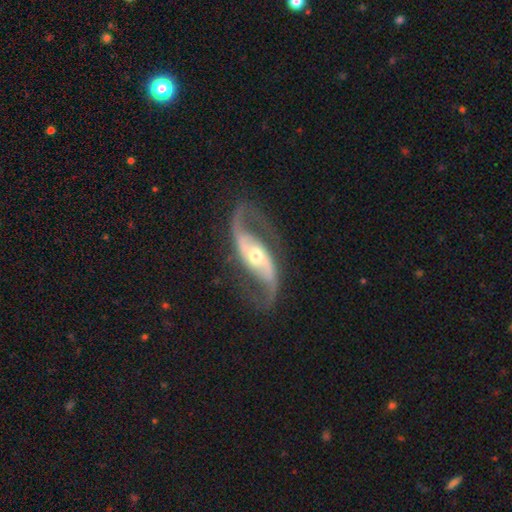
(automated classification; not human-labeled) Q: Smooth or featured?
A: featured or disk (92%); runner-up: smooth (4%)
Q: Edge-on disk?
A: no (96%); runner-up: yes (4%)
Q: Bar?
A: no (36%); runner-up: strong (32%)
Q: Spiral arms?
A: yes (97%); runner-up: no (3%)
Q: Spiral winding?
A: loose (58%); runner-up: medium (34%)
Q: Spiral arm count?
A: 2 (94%); runner-up: can't tell (1%)
Q: Bulge size?
A: moderate (64%); runner-up: small (28%)
Q: Merging?
A: none (80%); runner-up: minor disturbance (12%)